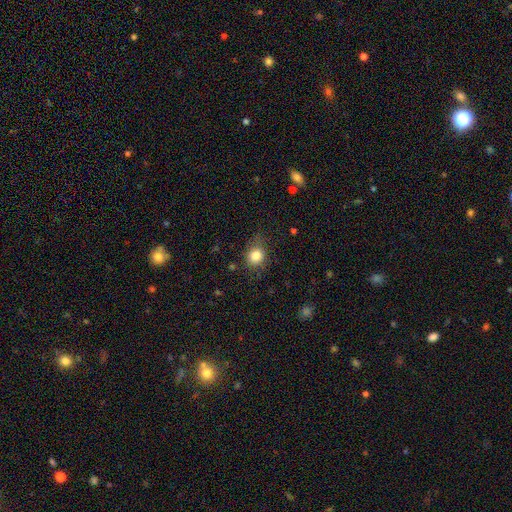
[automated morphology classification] type=smooth (83%); roundness=round (74%); merging=none (69%).